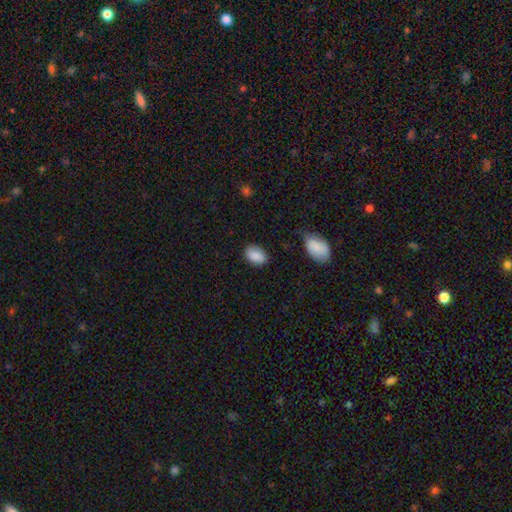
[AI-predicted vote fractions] A smooth galaxy with no disk features (86%) that is in between round and cigar-shaped (83%).

Vote fractions:
- Smooth or featured? smooth: 86% / star or artifact: 7% / featured or disk: 6%
- How rounded? in between: 83% / round: 16% / cigar-shaped: 1%
- Merging? none: 78% / minor disturbance: 17% / major disturbance: 3% / merger: 2%